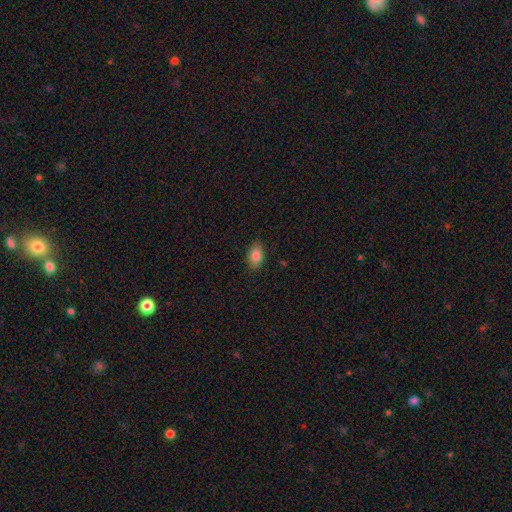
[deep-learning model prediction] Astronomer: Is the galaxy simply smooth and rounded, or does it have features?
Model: smooth — 84%.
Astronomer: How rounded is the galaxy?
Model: in between — 89%.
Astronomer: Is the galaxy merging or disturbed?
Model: none — 85%.